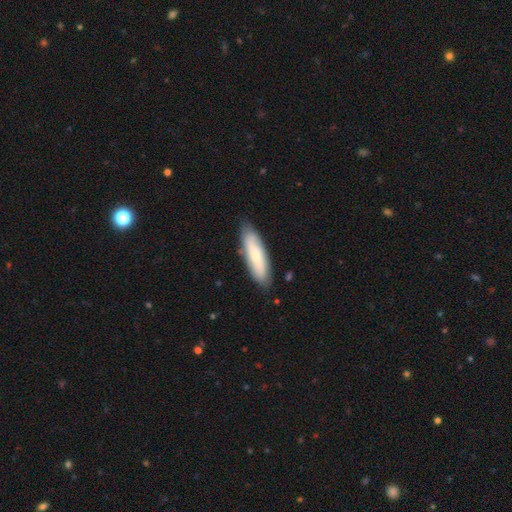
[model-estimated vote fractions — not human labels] smooth 62%, featured or disk 32%, star or artifact 6%. Down the decision tree: how rounded — cigar-shaped (56%); merging — none (84%).